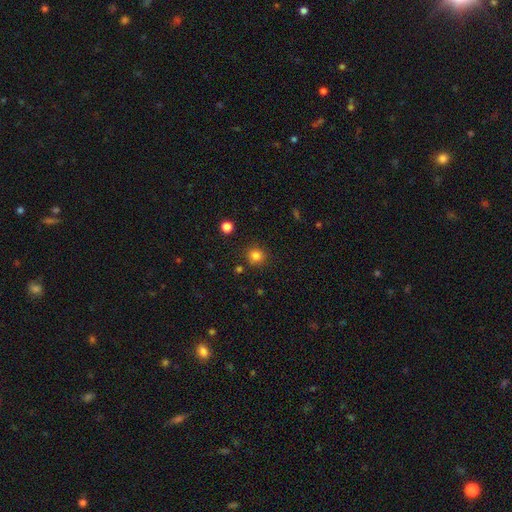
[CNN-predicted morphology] Smooth or featured? Predicted: smooth (p=0.82). How rounded? Predicted: round (p=0.91). Merging? Predicted: none (p=0.85).